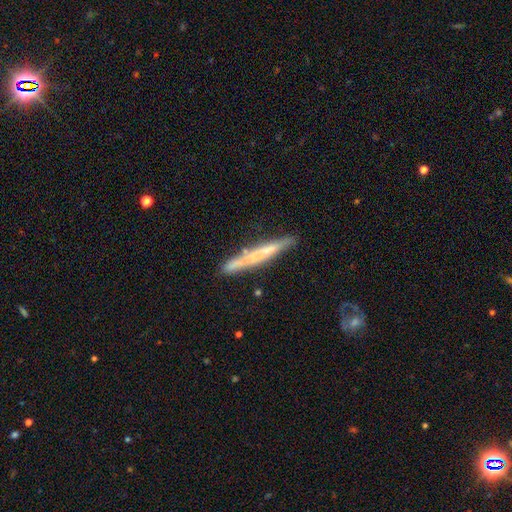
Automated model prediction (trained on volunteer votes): Overall: featured or disk (51%; smooth 42%). Edge-on disk: yes (89%). Merging: none (76%).